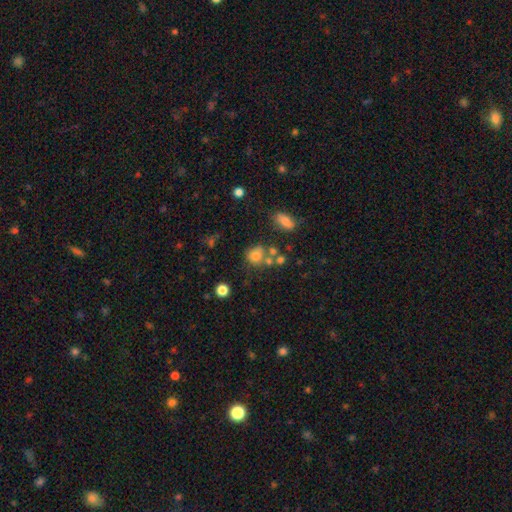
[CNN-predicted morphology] Smooth or featured? smooth (74%)
How rounded? round (73%)
Merging? none (50%)